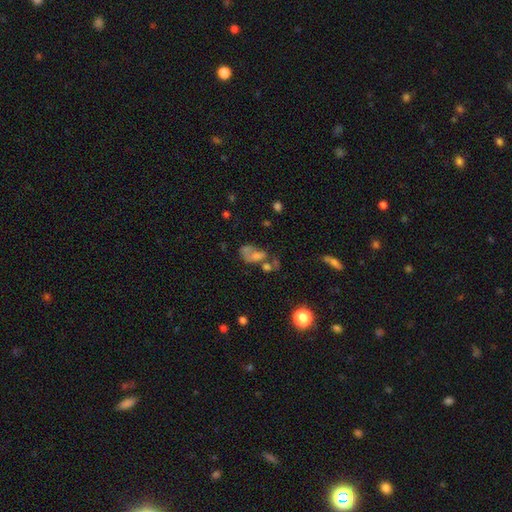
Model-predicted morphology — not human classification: type=smooth (45%); merging=merger (31%).